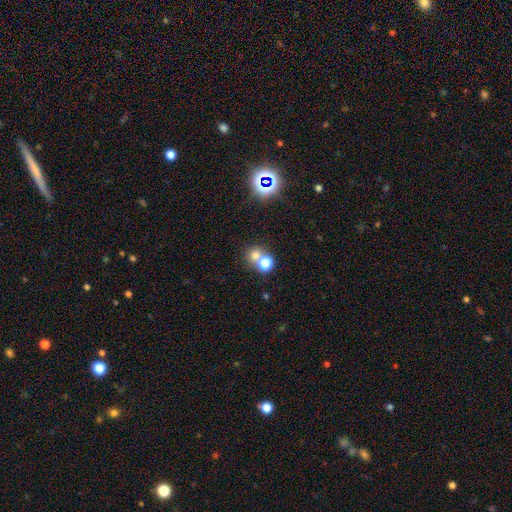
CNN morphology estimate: This appears to be a smooth galaxy with no disk features (67%) that is round (82%). Merging: none (46%).